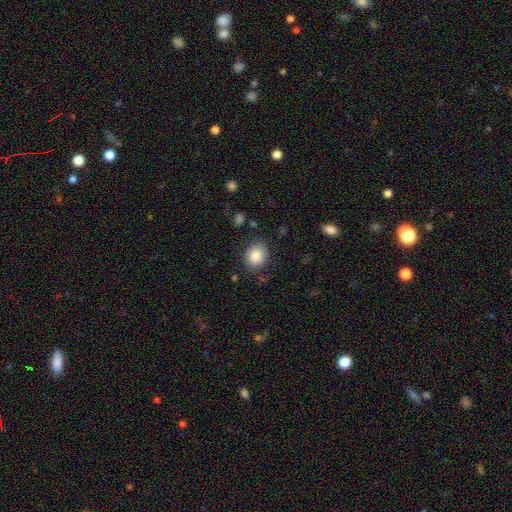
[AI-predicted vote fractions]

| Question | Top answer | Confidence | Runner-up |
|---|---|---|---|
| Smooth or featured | smooth | 86% | star or artifact (9%) |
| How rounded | round | 61% | in between (38%) |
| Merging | none | 82% | minor disturbance (13%) |